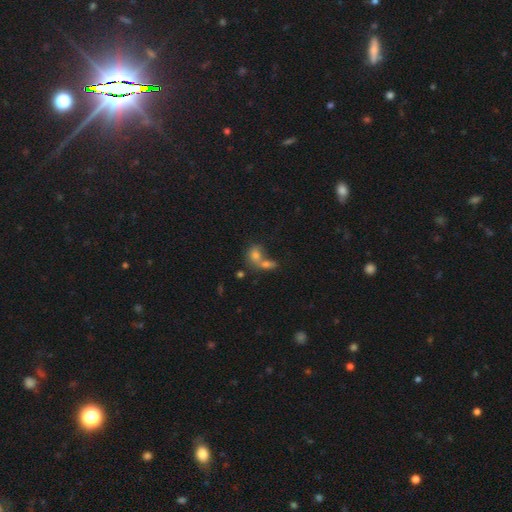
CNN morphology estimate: This appears to be a smooth galaxy with no disk features (70%) that is in between round and cigar-shaped (57%). Merging: merger (58%).